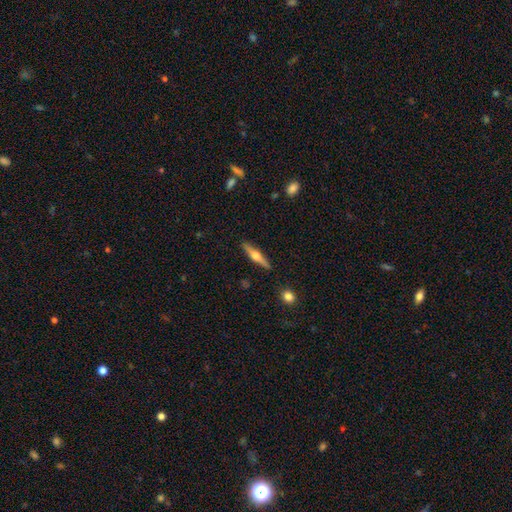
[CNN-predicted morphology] This appears to be a featured or disk galaxy (66%) viewed edge-on (97%) with a rounded central bulge (94%). Merging: none (90%).